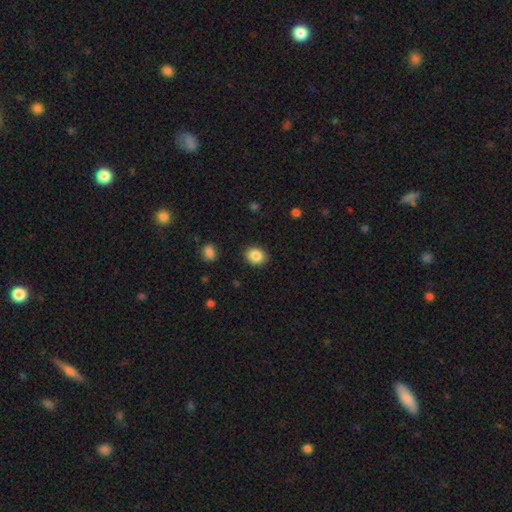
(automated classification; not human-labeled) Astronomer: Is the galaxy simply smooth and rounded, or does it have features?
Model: smooth — 86%.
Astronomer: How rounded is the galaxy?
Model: round — 60% (runner-up: in between, 40%).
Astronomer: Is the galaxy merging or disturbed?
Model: none — 89%.